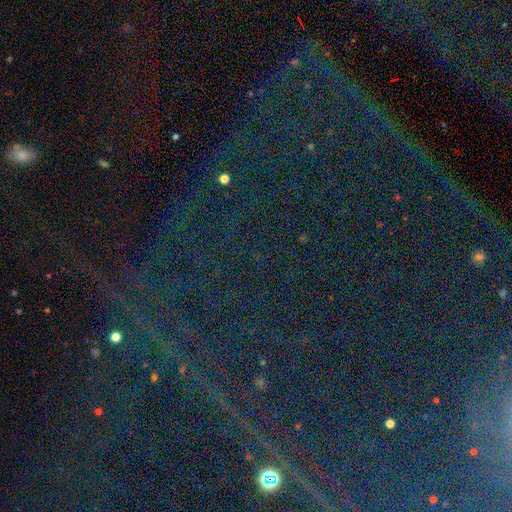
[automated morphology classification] Smooth or featured?
  - star or artifact: 85% *
  - smooth: 8%
  - featured or disk: 7%